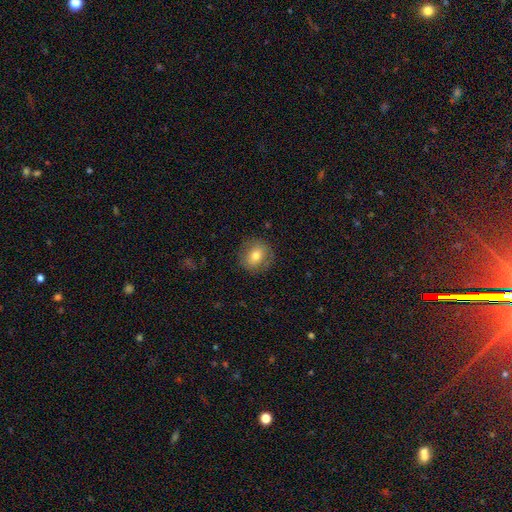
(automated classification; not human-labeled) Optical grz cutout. It shows a smooth galaxy with no disk features (71%) that is round (77%). Merging: none (82%).